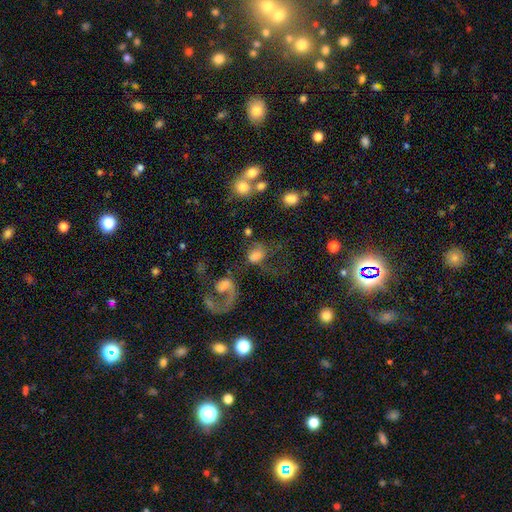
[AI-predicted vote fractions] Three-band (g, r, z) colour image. It shows a smooth galaxy with no disk features (54%) that is in between round and cigar-shaped (57%). Merging: major disturbance (35%).